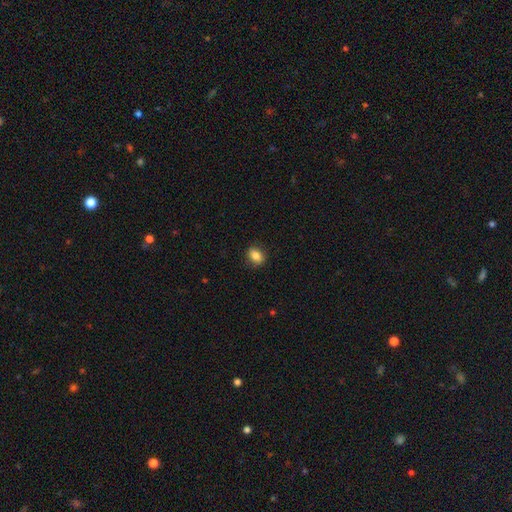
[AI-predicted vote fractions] A smooth galaxy with no disk features (86%) that is in between round and cigar-shaped (69%).

Vote fractions:
- Smooth or featured? smooth: 86% / star or artifact: 9% / featured or disk: 5%
- How rounded? in between: 69% / round: 30% / cigar-shaped: 1%
- Merging? none: 86% / minor disturbance: 10% / major disturbance: 2% / merger: 1%